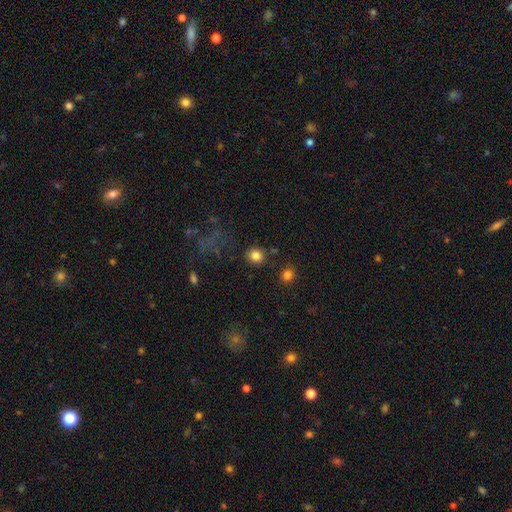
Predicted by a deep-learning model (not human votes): Morphology: type=smooth (82%); roundness=round (88%); merging=none (84%).